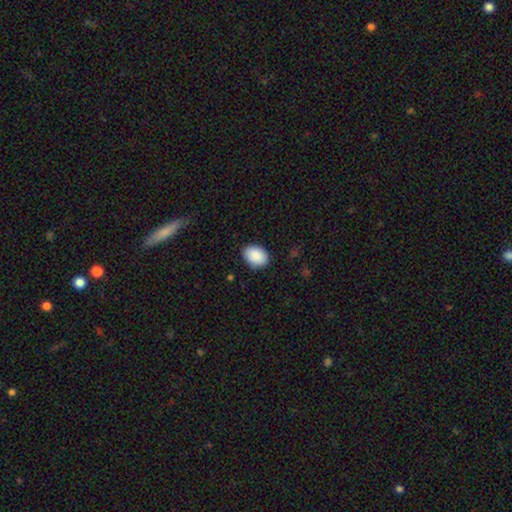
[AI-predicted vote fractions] This is clearly a smooth galaxy (90%). How rounded: likely in between (75%). Merging: clearly none (87%).